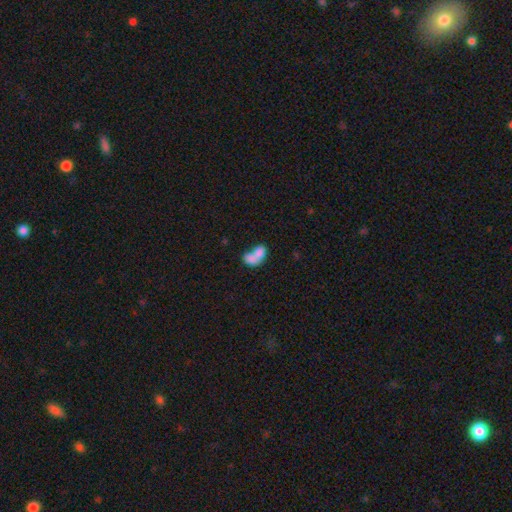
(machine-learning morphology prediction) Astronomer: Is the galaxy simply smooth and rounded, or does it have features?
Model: smooth — 74%.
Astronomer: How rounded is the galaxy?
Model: in between — 78%.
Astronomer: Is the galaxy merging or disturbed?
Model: merger — 74%.